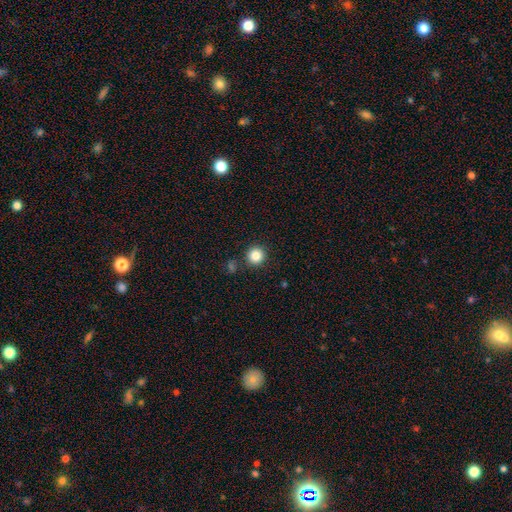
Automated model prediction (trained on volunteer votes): Q: Smooth or featured?
A: smooth (84%); runner-up: star or artifact (11%)
Q: How rounded?
A: round (94%); runner-up: in between (5%)
Q: Merging?
A: none (88%); runner-up: minor disturbance (6%)